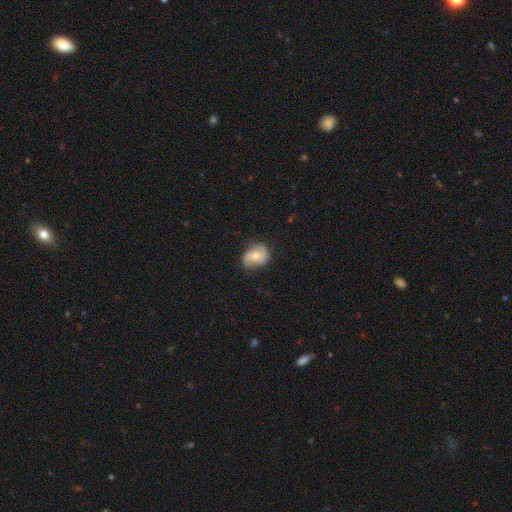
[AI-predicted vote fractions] Smooth or featured?
  - featured or disk: 53% *
  - smooth: 40%
  - star or artifact: 8%
Edge-on disk?
  - no: 96% *
  - yes: 4%
Bar?
  - no: 67% *
  - weak: 26%
  - strong: 7%
Spiral arms?
  - yes: 81% *
  - no: 19%
Bulge size?
  - moderate: 66% *
  - small: 28%
  - large: 4%
  - none: 1%
  - dominant: 1%
Merging?
  - none: 69% *
  - minor disturbance: 24%
  - major disturbance: 7%
  - merger: 1%